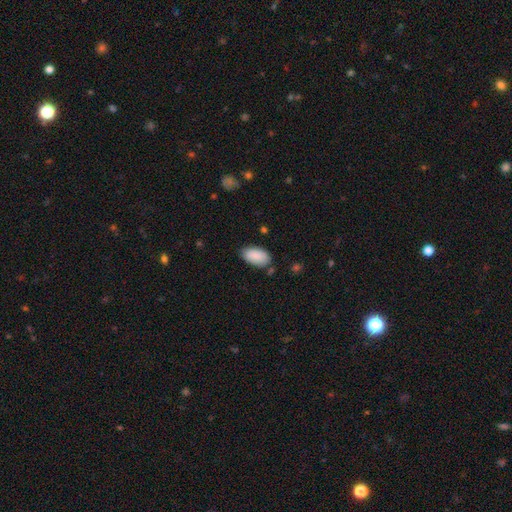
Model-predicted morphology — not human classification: smooth 90%, star or artifact 6%, featured or disk 4%. Down the decision tree: how rounded — in between (95%); merging — none (79%).